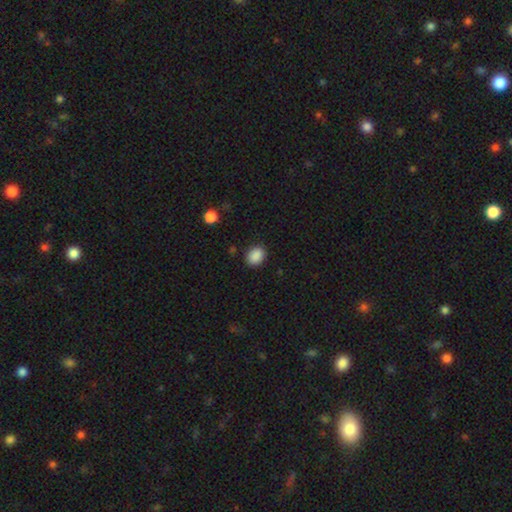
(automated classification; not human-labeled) smooth_or_featured: smooth (p=0.88) [alt: star or artifact p=0.09]
how_rounded: in between (p=0.54) [alt: round p=0.45]
merging: none (p=0.86) [alt: minor disturbance p=0.10]